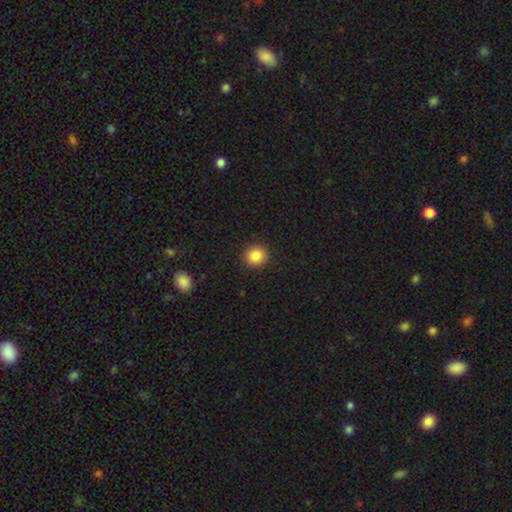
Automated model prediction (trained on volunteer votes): Morphology: type=smooth (86%); roundness=round (88%); merging=none (91%).